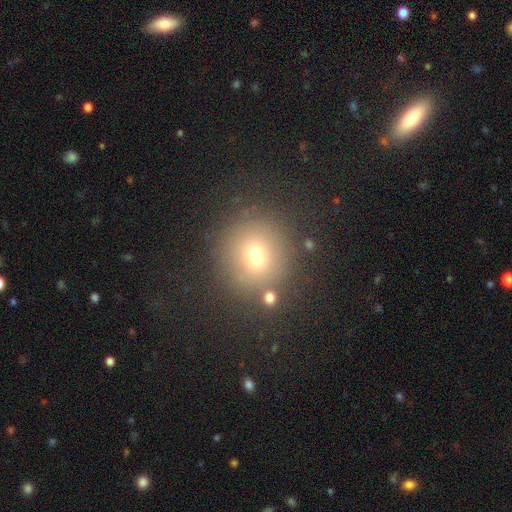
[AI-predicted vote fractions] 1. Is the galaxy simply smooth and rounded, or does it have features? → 69% smooth, 20% star or artifact, 12% featured or disk.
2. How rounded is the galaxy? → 91% round, 8% in between, 1% cigar-shaped.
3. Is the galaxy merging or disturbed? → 82% none, 9% minor disturbance, 5% merger, 4% major disturbance.